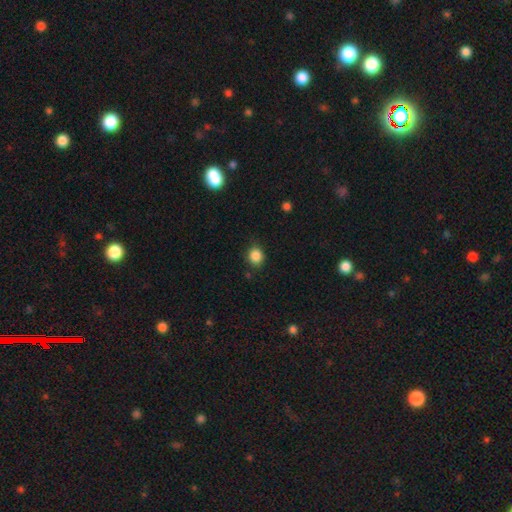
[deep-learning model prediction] smooth 86%, star or artifact 10%, featured or disk 4%. Down the decision tree: how rounded — round (73%); merging — none (84%).